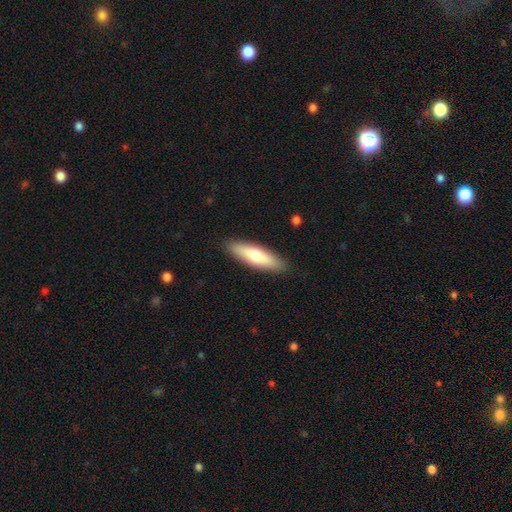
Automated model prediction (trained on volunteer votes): Smooth or featured?
  - smooth: 67% *
  - featured or disk: 28%
  - star or artifact: 5%
How rounded?
  - cigar-shaped: 62% *
  - in between: 36%
  - round: 2%
Merging?
  - none: 89% *
  - minor disturbance: 8%
  - major disturbance: 2%
  - merger: 1%